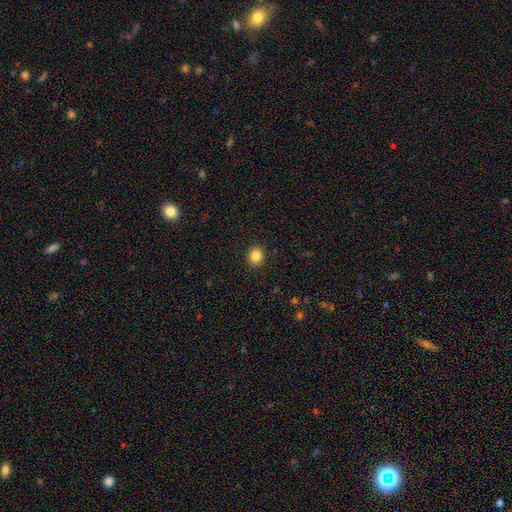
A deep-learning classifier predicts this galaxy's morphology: Overall: smooth (85%). How rounded: round (72%). Merging: none (91%).